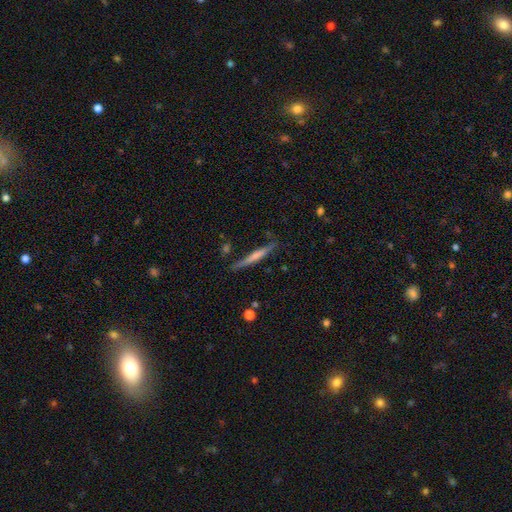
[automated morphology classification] A smooth galaxy with no disk features (49%). Merging: none (78%).